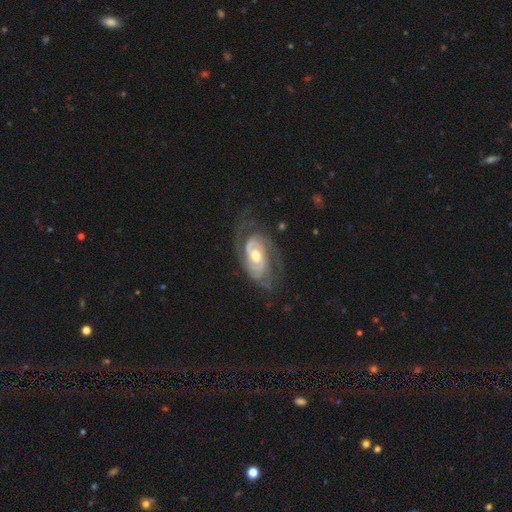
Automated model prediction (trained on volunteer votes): smooth-or-featured: featured or disk: 88% | smooth: 8% | star or artifact: 5%
  disk-edge-on: no: 96% | yes: 4%
    bar: no: 64% | weak: 28% | strong: 9%
    has-spiral-arms: yes: 95% | no: 5%
      spiral-winding: tight: 53% | medium: 36% | loose: 11%
      spiral-arm-count: 2: 53% | can't tell: 19% | 3: 15% | 1: 5% | 4: 4% | more than 4: 3%
    bulge-size: moderate: 71% | small: 20% | large: 7% | none: 1% | dominant: 1%
  merging: none: 64% | minor disturbance: 20% | major disturbance: 15% | merger: 2%